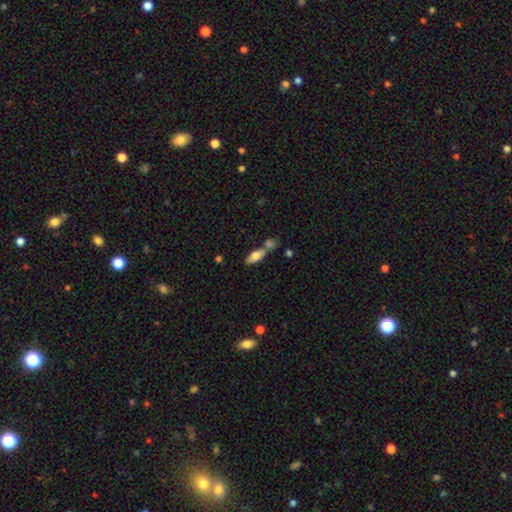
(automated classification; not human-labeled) Overall: smooth (72%). How rounded: in between (75%). Merging: none (52%; merger 32%).